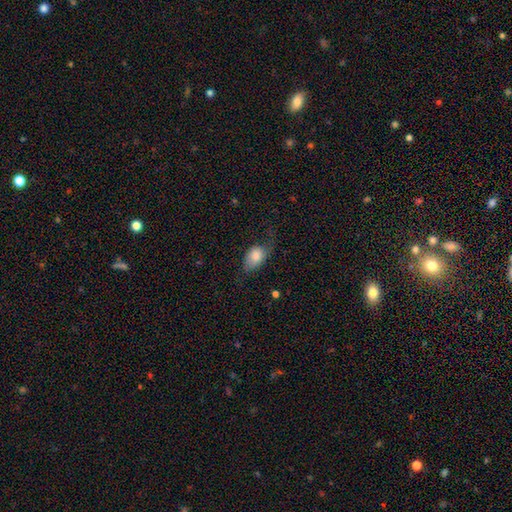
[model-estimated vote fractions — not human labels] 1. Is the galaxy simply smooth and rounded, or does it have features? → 74% smooth, 19% featured or disk, 7% star or artifact.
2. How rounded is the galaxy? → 86% in between, 12% round, 2% cigar-shaped.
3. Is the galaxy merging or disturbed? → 44% none, 30% minor disturbance, 24% major disturbance, 2% merger.